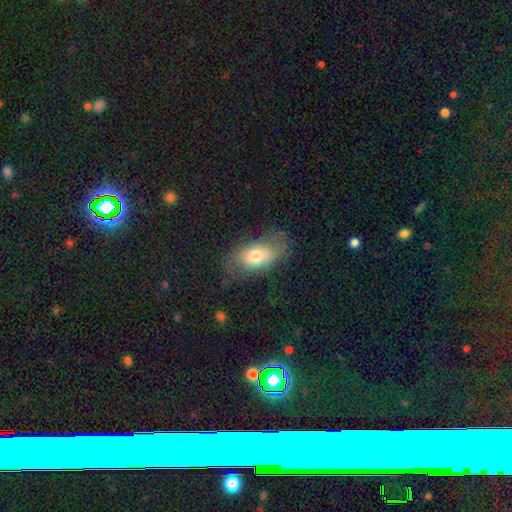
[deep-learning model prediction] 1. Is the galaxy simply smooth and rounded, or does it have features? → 71% smooth, 21% featured or disk, 9% star or artifact.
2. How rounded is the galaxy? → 87% in between, 10% round, 3% cigar-shaped.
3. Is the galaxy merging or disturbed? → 58% none, 25% minor disturbance, 15% major disturbance, 2% merger.